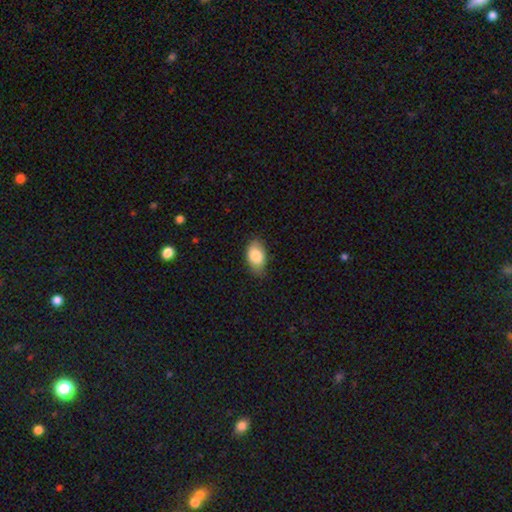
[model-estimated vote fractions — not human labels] smooth_or_featured: smooth (p=0.83) [alt: featured or disk p=0.10]
how_rounded: in between (p=0.91) [alt: round p=0.07]
merging: none (p=0.72) [alt: minor disturbance p=0.23]